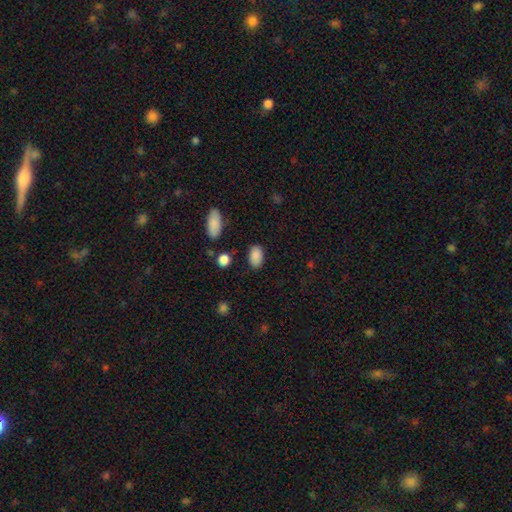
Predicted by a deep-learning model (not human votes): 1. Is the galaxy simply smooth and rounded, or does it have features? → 88% smooth, 8% star or artifact, 4% featured or disk.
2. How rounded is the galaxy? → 92% in between, 7% round, 1% cigar-shaped.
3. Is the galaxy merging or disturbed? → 85% none, 10% minor disturbance, 3% major disturbance, 2% merger.